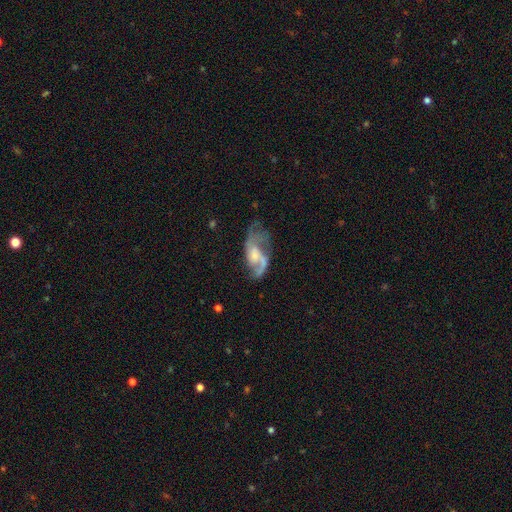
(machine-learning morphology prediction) Smooth or featured? Predicted: featured or disk (p=0.78). Edge-on disk? Predicted: no (p=0.96). Bar? Predicted: no (p=0.57). Spiral arms? Predicted: yes (p=0.87). Spiral winding? Predicted: loose (p=0.50). Spiral arm count? Predicted: 2 (p=0.63). Bulge size? Predicted: small (p=0.42). Merging? Predicted: none (p=0.37).